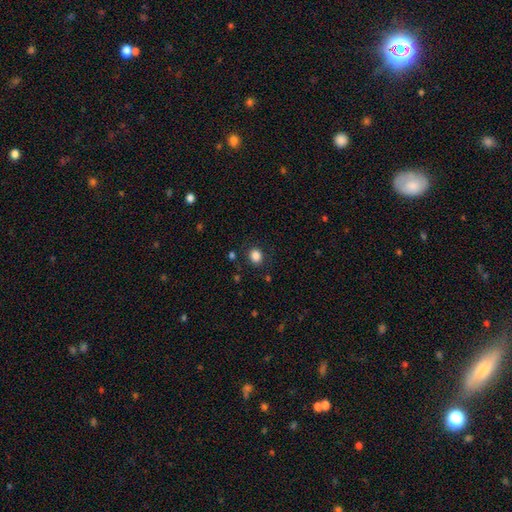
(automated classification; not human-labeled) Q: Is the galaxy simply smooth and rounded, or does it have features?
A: smooth — 86%.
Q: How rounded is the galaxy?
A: round — 60%.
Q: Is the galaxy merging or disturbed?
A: none — 86%.